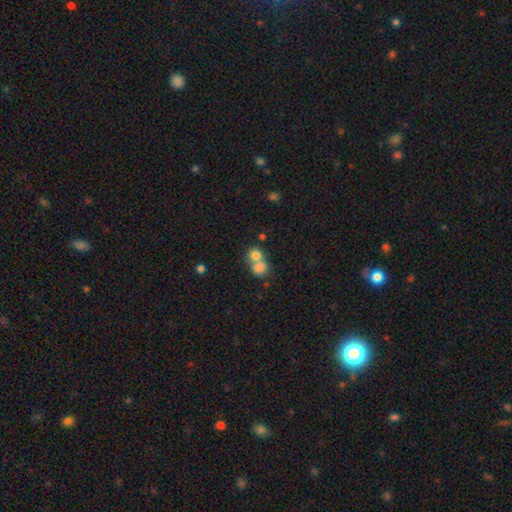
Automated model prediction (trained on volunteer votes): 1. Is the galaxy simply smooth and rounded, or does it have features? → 79% smooth, 11% featured or disk, 10% star or artifact.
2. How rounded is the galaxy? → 76% round, 23% in between, 1% cigar-shaped.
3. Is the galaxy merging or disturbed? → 62% merger, 29% none, 5% minor disturbance, 3% major disturbance.